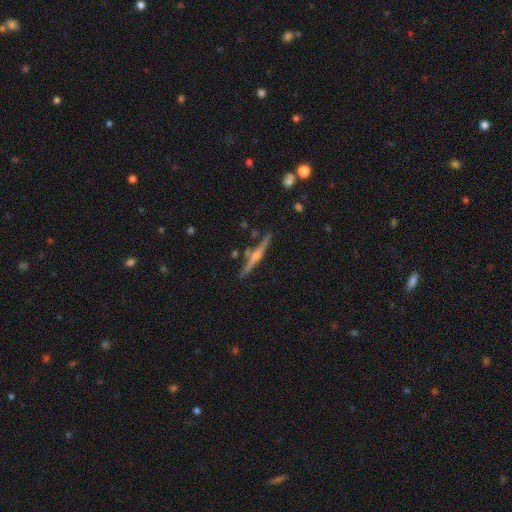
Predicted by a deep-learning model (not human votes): A featured or disk galaxy (77%) viewed edge-on (98%) with a rounded central bulge (84%).

Vote fractions:
- Smooth or featured? featured or disk: 77% / smooth: 16% / star or artifact: 6%
- Edge-on disk? yes: 98% / no: 2%
- Edge-on bulge? rounded: 84% / none: 9% / boxy: 7%
- Merging? none: 84% / minor disturbance: 9% / merger: 4% / major disturbance: 2%